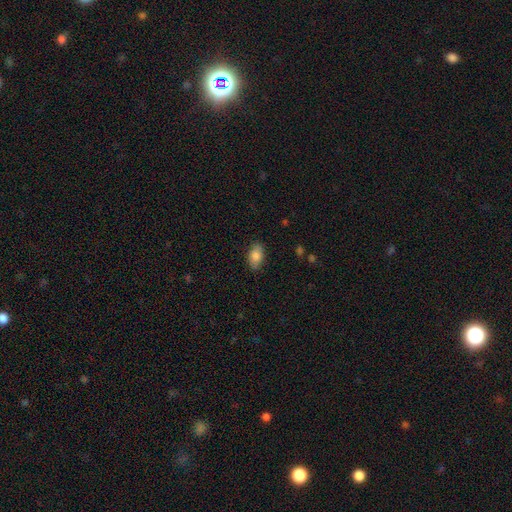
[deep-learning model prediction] A smooth galaxy with no disk features (83%) that is in between round and cigar-shaped (91%). Merging: none (85%).